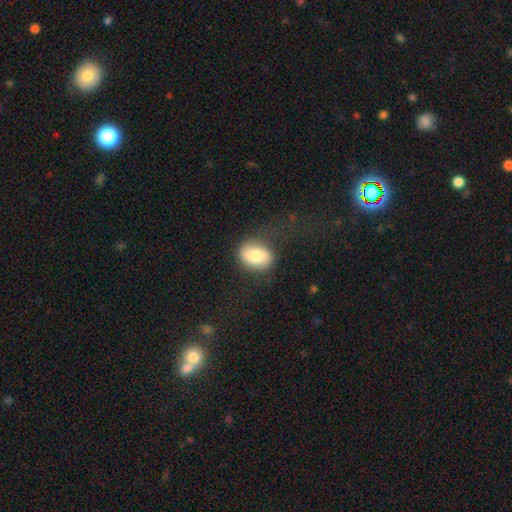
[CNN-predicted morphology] smooth 69%, featured or disk 24%, star or artifact 7%. Down the decision tree: how rounded — in between (67%); merging — none (71%).